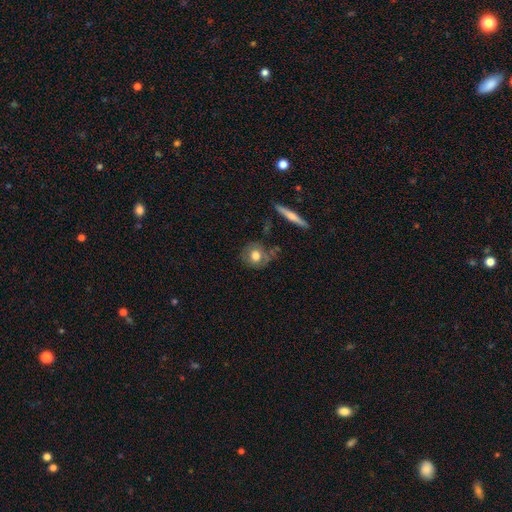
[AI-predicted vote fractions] Smooth or featured?
  - smooth: 63% *
  - featured or disk: 29%
  - star or artifact: 7%
How rounded?
  - round: 79% *
  - in between: 18%
  - cigar-shaped: 2%
Merging?
  - none: 71% *
  - minor disturbance: 18%
  - major disturbance: 6%
  - merger: 4%